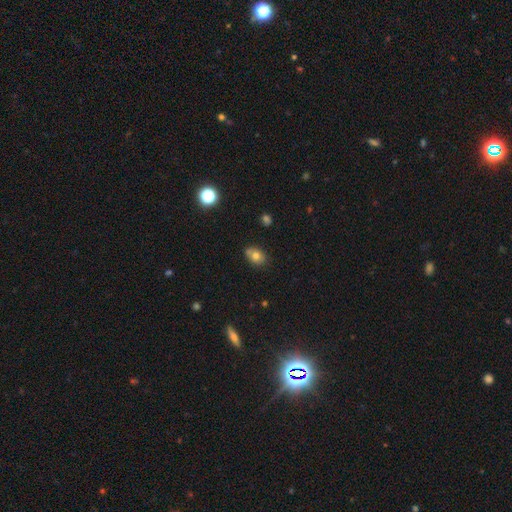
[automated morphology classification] type=smooth (75%); roundness=in between (68%); merging=none (67%).